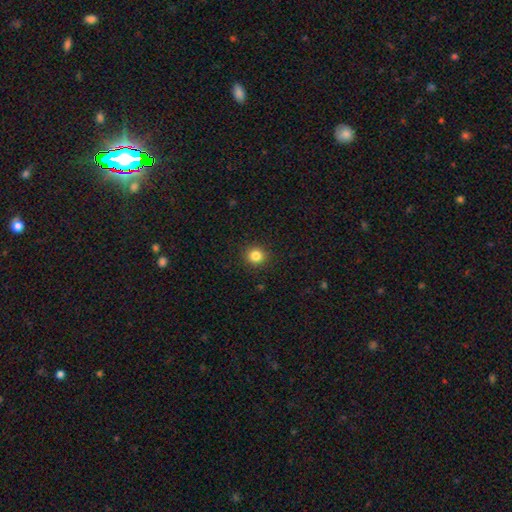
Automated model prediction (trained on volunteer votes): Q: Smooth or featured?
A: smooth (84%); runner-up: star or artifact (11%)
Q: How rounded?
A: round (90%); runner-up: in between (9%)
Q: Merging?
A: none (92%); runner-up: minor disturbance (5%)